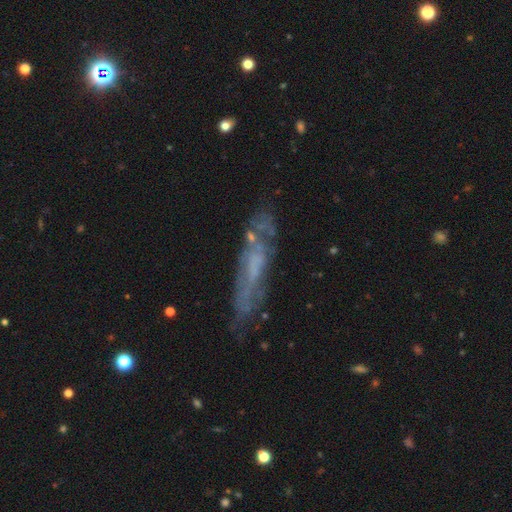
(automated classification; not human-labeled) Smooth or featured?
  - featured or disk: 65% *
  - smooth: 26%
  - star or artifact: 9%
Edge-on disk?
  - no: 58% *
  - yes: 42%
Merging?
  - none: 65% *
  - minor disturbance: 21%
  - major disturbance: 10%
  - merger: 4%